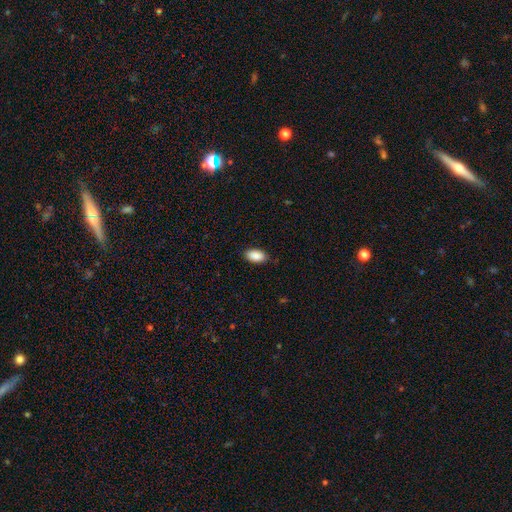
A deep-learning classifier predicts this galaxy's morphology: type=smooth (90%); roundness=in between (94%); merging=none (86%).